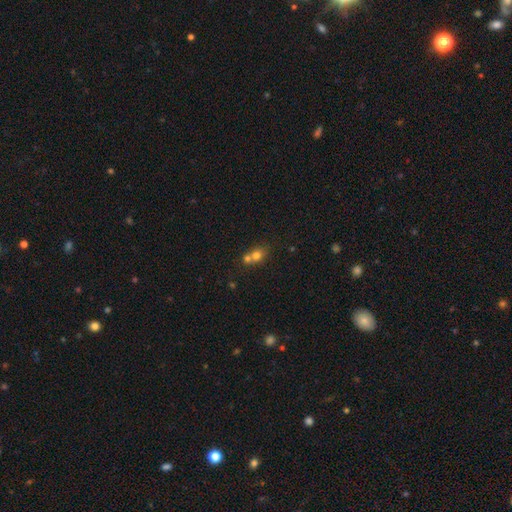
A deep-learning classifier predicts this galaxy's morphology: Smooth or featured? Predicted: smooth (p=0.71). How rounded? Predicted: round (p=0.66). Merging? Predicted: merger (p=0.56).